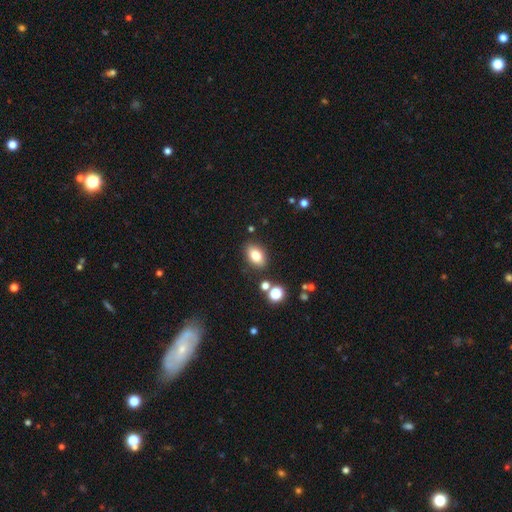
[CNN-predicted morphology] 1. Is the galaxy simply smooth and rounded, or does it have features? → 80% smooth, 10% star or artifact, 10% featured or disk.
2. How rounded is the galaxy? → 85% in between, 13% round, 2% cigar-shaped.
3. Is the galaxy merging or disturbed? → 82% none, 10% minor disturbance, 5% merger, 3% major disturbance.